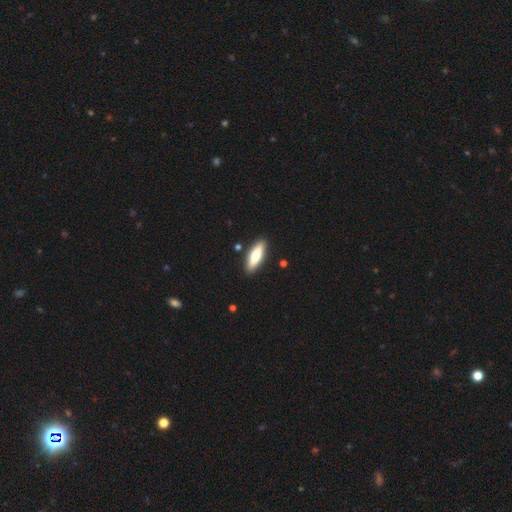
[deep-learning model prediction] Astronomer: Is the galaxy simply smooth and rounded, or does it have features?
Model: smooth — 69%.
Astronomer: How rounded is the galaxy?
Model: cigar-shaped — 50% (runner-up: in between, 48%).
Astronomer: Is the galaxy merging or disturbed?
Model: none — 89%.